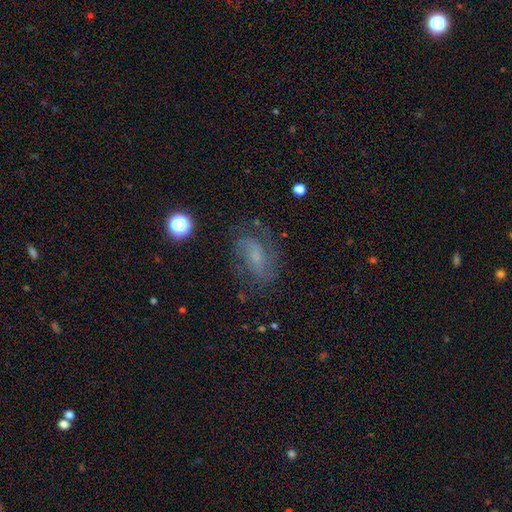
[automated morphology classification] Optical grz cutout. It shows a featured or disk galaxy (64%) with no bar (49%), 2 (64%) medium (47%) spiral arms (88%) and a small central bulge (44%). Merging: none (66%).